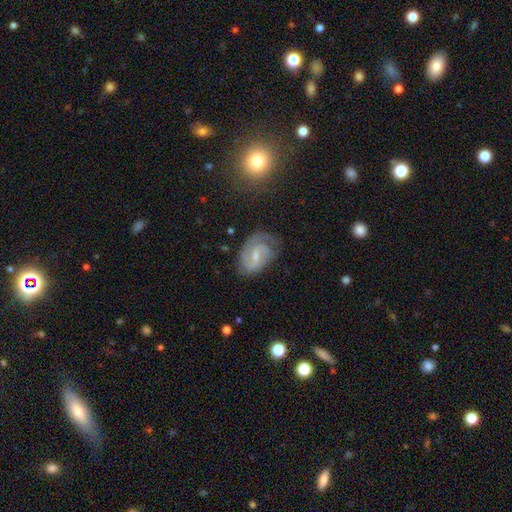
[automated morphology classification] featured or disk 78%, smooth 16%, star or artifact 6%. Down the decision tree: edge-on disk — no (97%); bar — weak (55%); spiral arms — yes (94%); spiral arm count — 2 (61%); spiral winding — tight (43%, tied with medium); bulge size — small (60%); merging — none (64%).